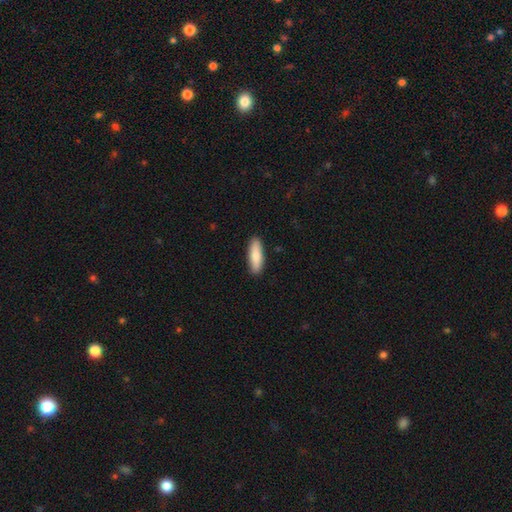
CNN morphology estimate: Q: Smooth or featured?
A: smooth (86%); runner-up: featured or disk (9%)
Q: How rounded?
A: cigar-shaped (52%); runner-up: in between (47%)
Q: Merging?
A: none (89%); runner-up: minor disturbance (8%)